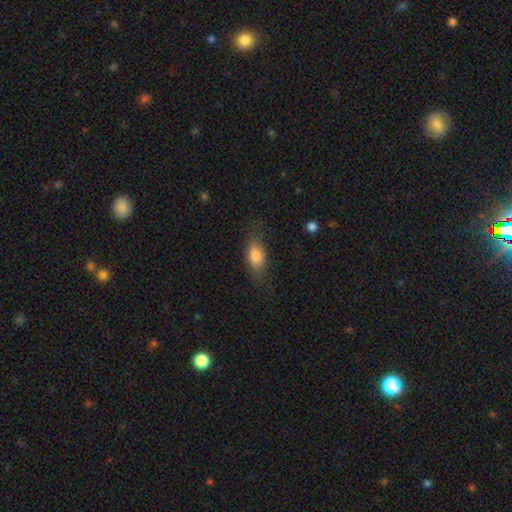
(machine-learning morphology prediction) Smooth or featured?
  - smooth: 80% *
  - featured or disk: 12%
  - star or artifact: 8%
How rounded?
  - in between: 83% *
  - cigar-shaped: 11%
  - round: 6%
Merging?
  - none: 71% *
  - minor disturbance: 20%
  - major disturbance: 8%
  - merger: 1%